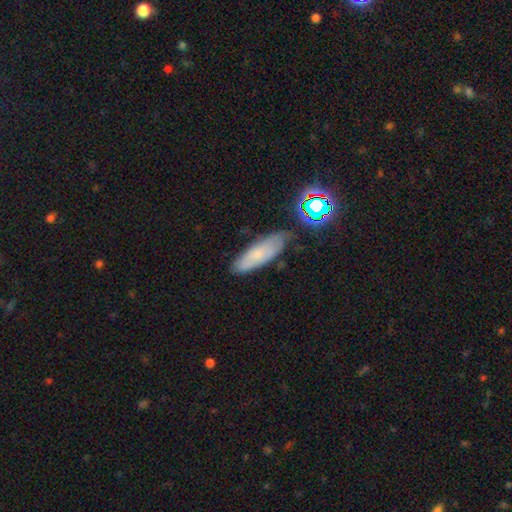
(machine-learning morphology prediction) A smooth galaxy with no disk features (63%) that is in between round and cigar-shaped (58%).

Vote fractions:
- Smooth or featured? smooth: 63% / featured or disk: 25% / star or artifact: 12%
- How rounded? in between: 58% / cigar-shaped: 39% / round: 3%
- Merging? none: 69% / minor disturbance: 21% / major disturbance: 5% / merger: 5%